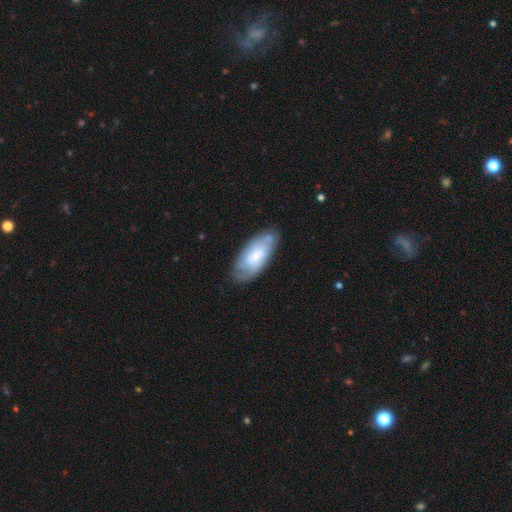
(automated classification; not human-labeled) smooth_or_featured: featured or disk (p=0.53) [alt: smooth p=0.41]
disk_edge_on: no (p=0.90) [alt: yes p=0.10]
merging: none (p=0.69) [alt: minor disturbance p=0.21]